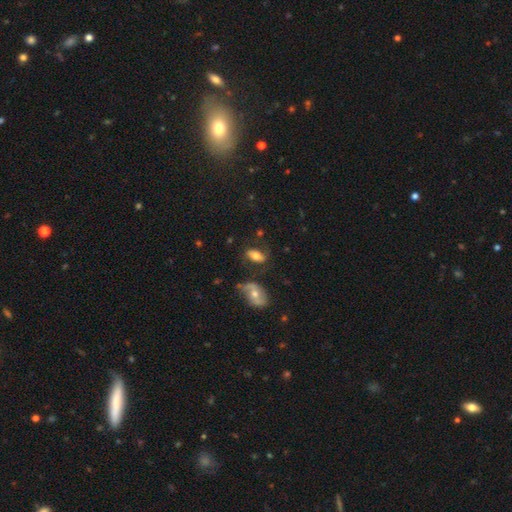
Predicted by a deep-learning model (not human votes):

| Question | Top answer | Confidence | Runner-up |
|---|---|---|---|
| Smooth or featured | smooth | 63% | featured or disk (27%) |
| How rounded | in between | 88% | round (6%) |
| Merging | none | 61% | minor disturbance (20%) |